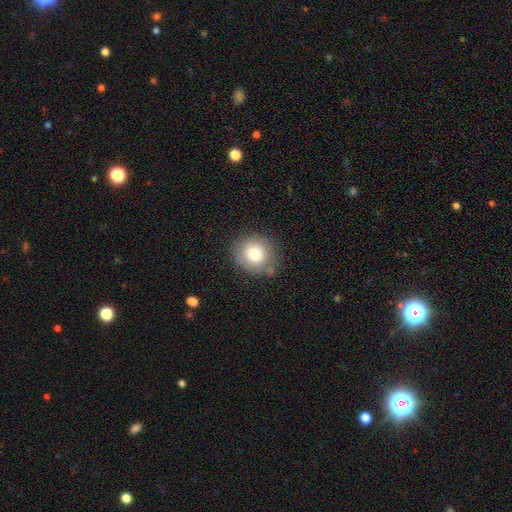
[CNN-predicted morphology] A smooth galaxy with no disk features (77%) that is round (81%). Merging: none (77%).